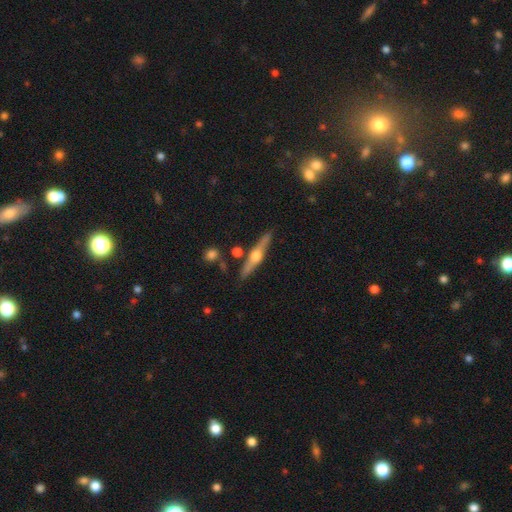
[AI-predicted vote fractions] Morphology: type=featured or disk (76%); edge-on=yes (97%); edge-on bulge=rounded (95%); merging=none (87%).